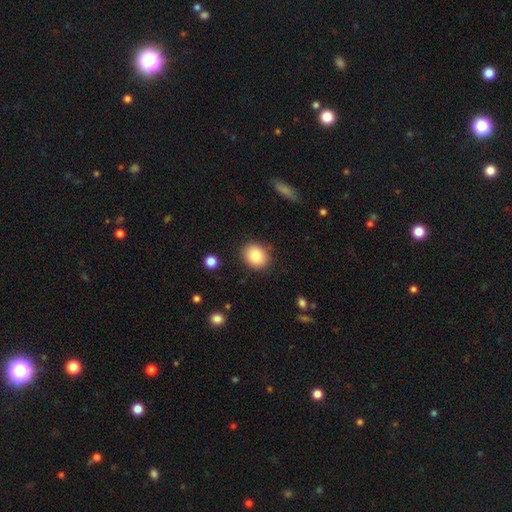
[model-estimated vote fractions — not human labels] The model was most divided on "how rounded": round: 57%, in between: 42%, cigar-shaped: 1%. More confident: merging — none (87%); smooth or featured — smooth (85%).